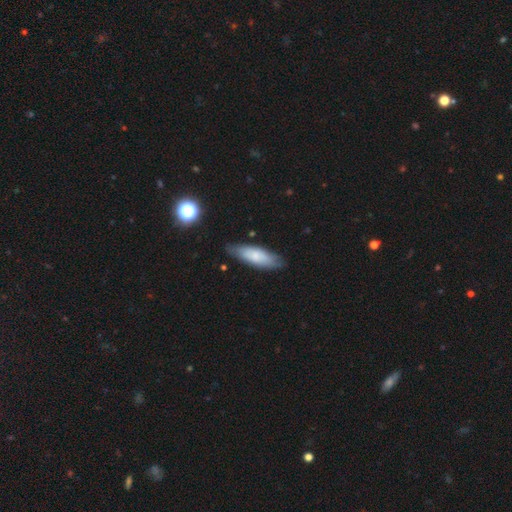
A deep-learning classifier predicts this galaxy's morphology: smooth 72%, featured or disk 22%, star or artifact 6%. Down the decision tree: how rounded — in between (55%); merging — none (77%).